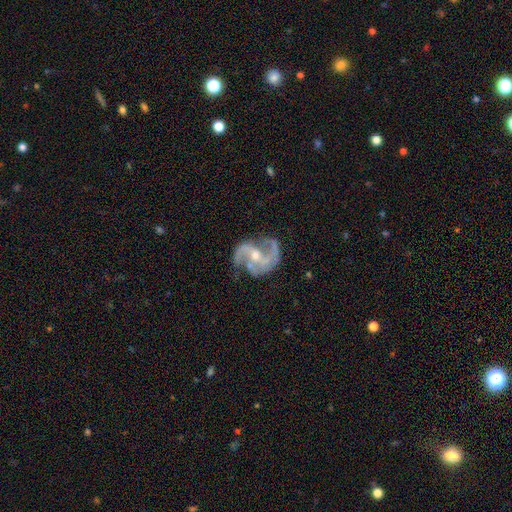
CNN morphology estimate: smooth_or_featured: featured or disk (p=0.91) [alt: star or artifact p=0.05]
disk_edge_on: no (p=0.98) [alt: yes p=0.02]
bar: weak (p=0.39) [alt: no p=0.35]
has_spiral_arms: yes (p=0.98) [alt: no p=0.02]
spiral_winding: medium (p=0.53) [alt: loose p=0.32]
spiral_arm_count: 2 (p=0.74) [alt: 3 p=0.16]
bulge_size: moderate (p=0.51) [alt: small p=0.46]
merging: none (p=0.71) [alt: minor disturbance p=0.19]